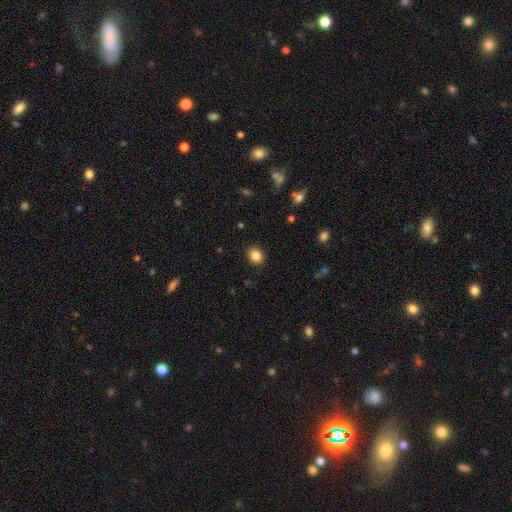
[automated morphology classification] smooth 86%, star or artifact 10%, featured or disk 5%. Down the decision tree: how rounded — round (58%); merging — none (89%).